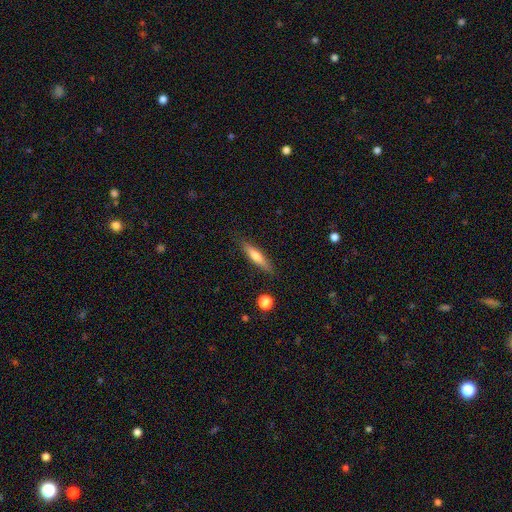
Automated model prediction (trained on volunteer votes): Smooth or featured? smooth (62%)
How rounded? cigar-shaped (84%)
Merging? none (84%)